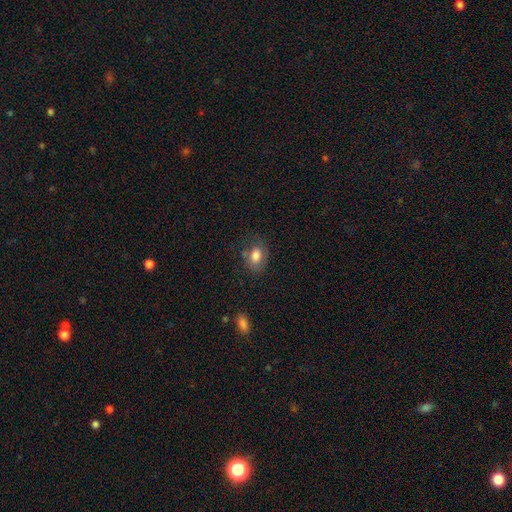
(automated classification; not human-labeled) smooth-or-featured: smooth: 79% | featured or disk: 12% | star or artifact: 9%
  how-rounded: in between: 77% | round: 22% | cigar-shaped: 1%
  merging: none: 64% | minor disturbance: 22% | major disturbance: 9% | merger: 5%